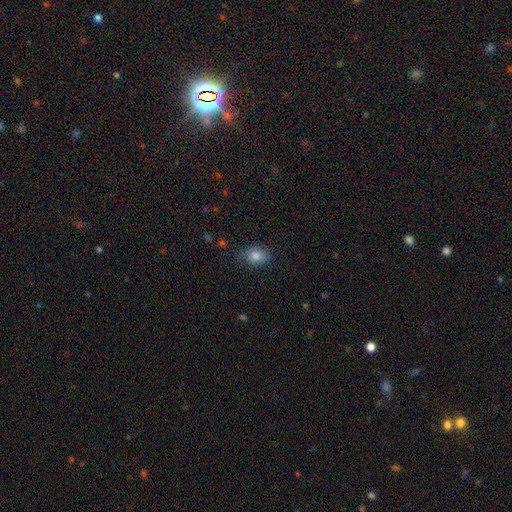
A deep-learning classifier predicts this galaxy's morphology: The model was most divided on "how rounded": in between: 70%, round: 28%, cigar-shaped: 1%. More confident: smooth or featured — smooth (82%); merging — none (78%).